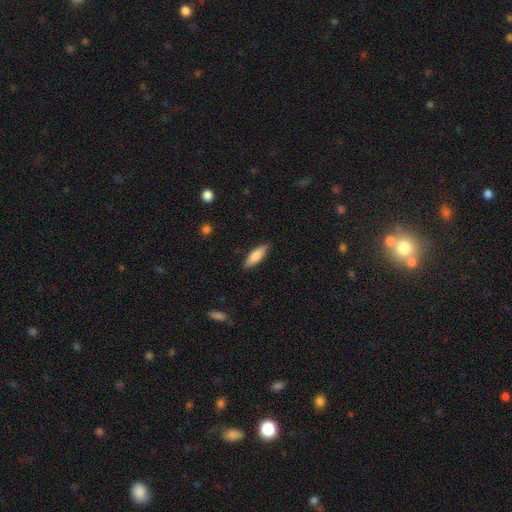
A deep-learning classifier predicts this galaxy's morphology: This appears to be a smooth galaxy with no disk features (77%) that is in between round and cigar-shaped (50%). Merging: none (88%).